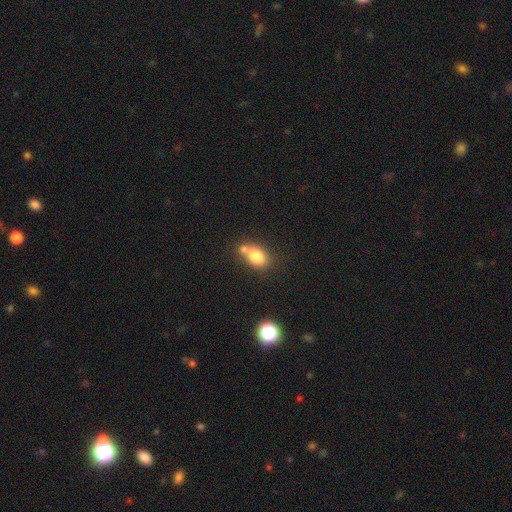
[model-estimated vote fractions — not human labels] Smooth or featured? Predicted: smooth (p=0.78). How rounded? Predicted: in between (p=0.77). Merging? Predicted: none (p=0.42).